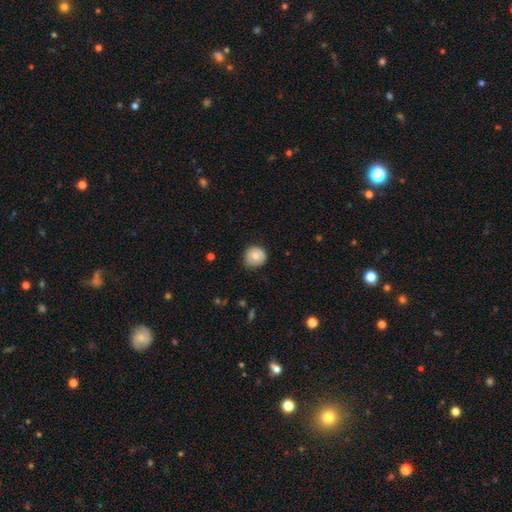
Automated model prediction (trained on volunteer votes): Smooth or featured: smooth — 70% (featured or disk — 23%)
How rounded: round — 89% (in between — 10%)
Merging: none — 77% (minor disturbance — 19%)